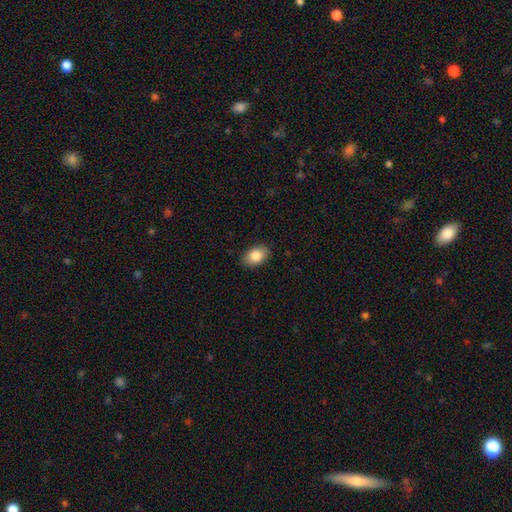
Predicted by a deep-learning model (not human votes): smooth 85%, featured or disk 8%, star or artifact 7%. Down the decision tree: how rounded — in between (88%); merging — none (88%).